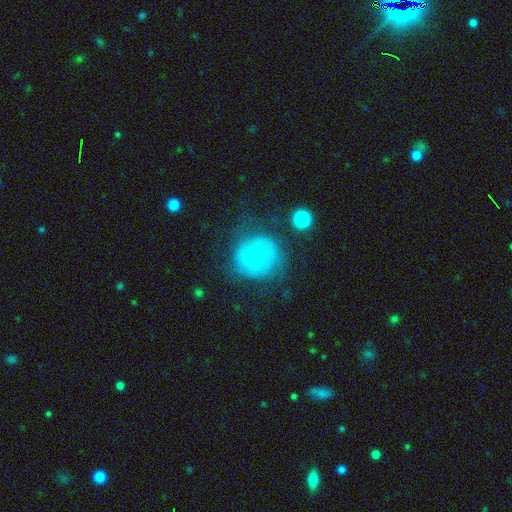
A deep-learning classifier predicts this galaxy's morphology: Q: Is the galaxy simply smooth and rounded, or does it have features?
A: featured or disk — 59%.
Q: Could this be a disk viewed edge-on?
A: no — 98%.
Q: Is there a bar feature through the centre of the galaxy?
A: no — 67%.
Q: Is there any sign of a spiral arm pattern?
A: yes — 84%.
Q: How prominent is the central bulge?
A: small — 77%.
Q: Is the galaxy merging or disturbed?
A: none — 63%.